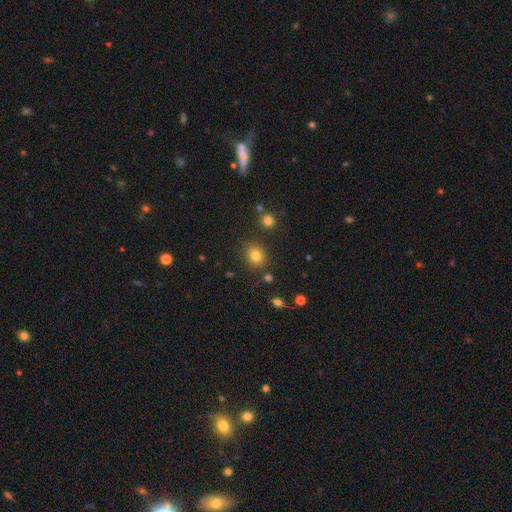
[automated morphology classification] A smooth galaxy with no disk features (80%) that is round (72%). Merging: none (82%).